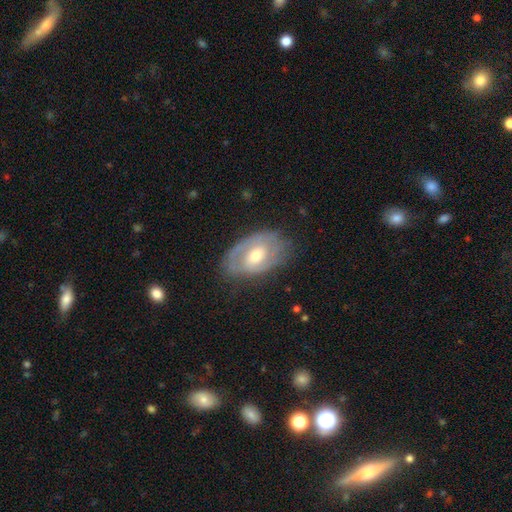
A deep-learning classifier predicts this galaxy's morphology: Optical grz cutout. It shows a featured or disk galaxy (72%) with no bar (46%), 2 (50%) tight (53%) spiral arms (78%) and a moderate central bulge (67%). Merging: none (69%).